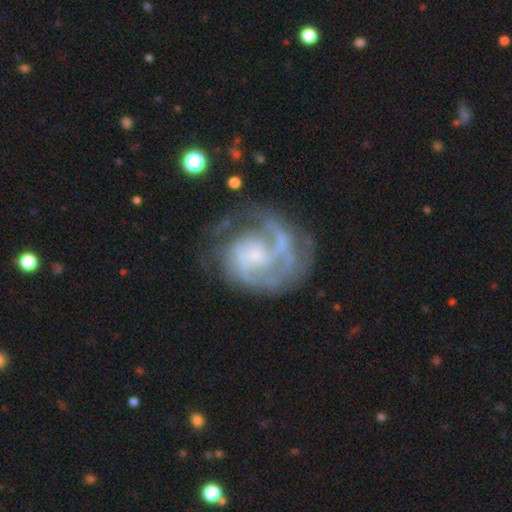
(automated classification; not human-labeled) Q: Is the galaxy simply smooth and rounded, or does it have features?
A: featured or disk — 84%.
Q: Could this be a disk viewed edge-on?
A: no — 98%.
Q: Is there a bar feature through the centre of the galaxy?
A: no — 61%.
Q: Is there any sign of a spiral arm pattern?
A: yes — 90%.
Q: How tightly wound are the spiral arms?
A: tight — 47%.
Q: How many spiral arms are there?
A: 2 — 32%.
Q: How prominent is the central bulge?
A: small — 54%.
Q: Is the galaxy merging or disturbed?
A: none — 53%.